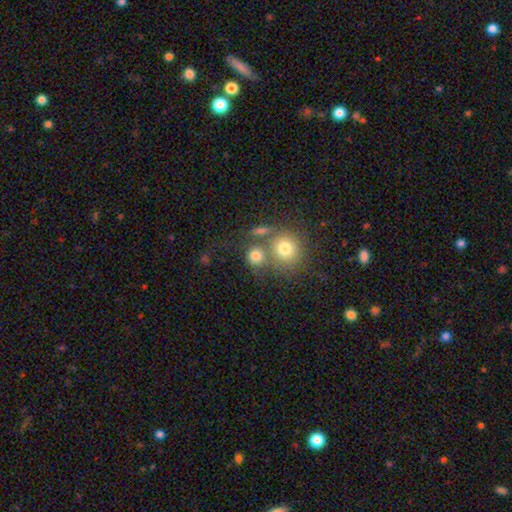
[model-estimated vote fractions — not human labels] The model was most divided on "merging": none: 51%, merger: 32%, minor disturbance: 10%, major disturbance: 6%. More confident: how rounded — round (83%); smooth or featured — smooth (77%).